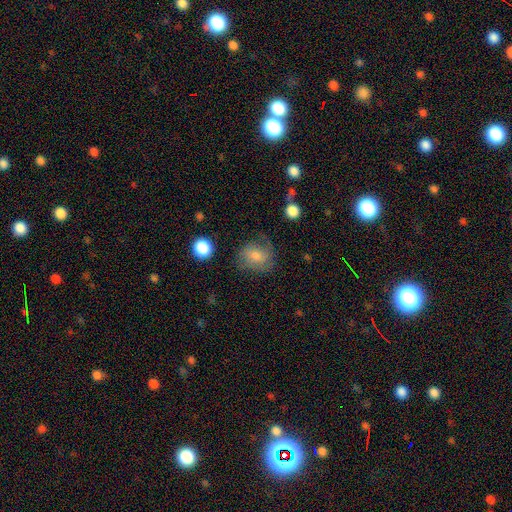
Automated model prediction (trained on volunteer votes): Q: Smooth or featured?
A: smooth (59%); runner-up: featured or disk (31%)
Q: How rounded?
A: round (62%); runner-up: in between (37%)
Q: Merging?
A: none (64%); runner-up: minor disturbance (23%)